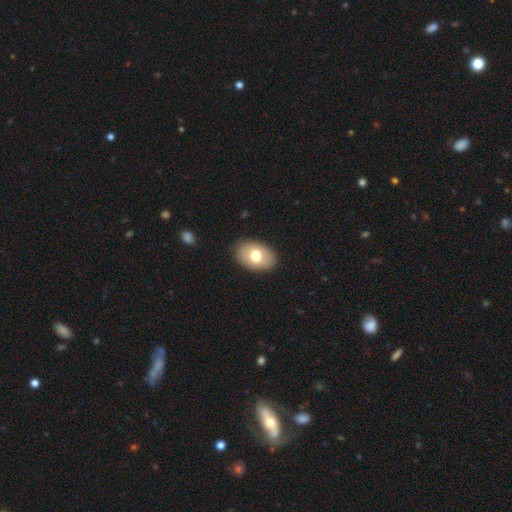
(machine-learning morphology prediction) smooth 72%, featured or disk 21%, star or artifact 7%. Down the decision tree: how rounded — in between (86%); merging — none (87%).